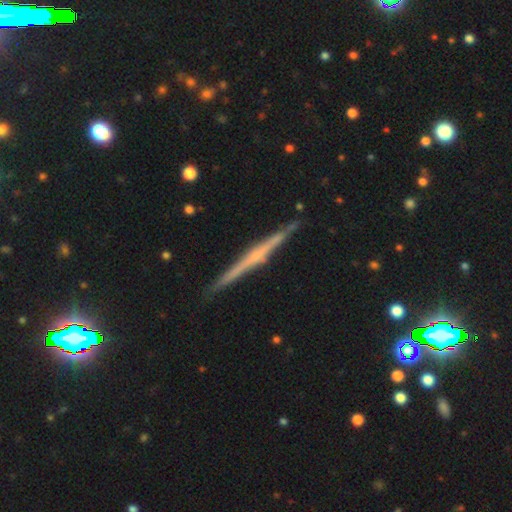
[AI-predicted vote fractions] Morphology: type=featured or disk (77%); edge-on=yes (98%); edge-on bulge=rounded (48%); merging=none (91%).